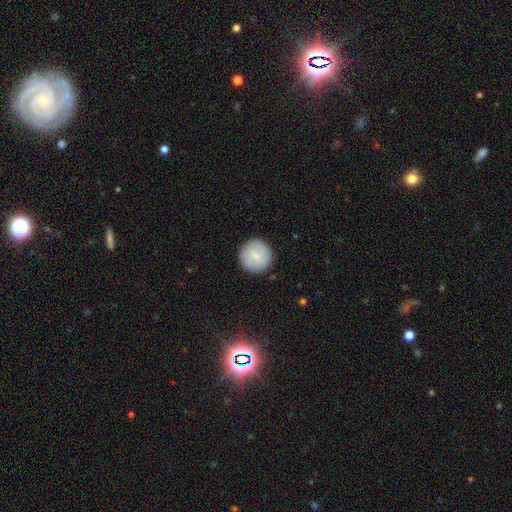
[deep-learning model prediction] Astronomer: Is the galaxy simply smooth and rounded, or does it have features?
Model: smooth — 81%.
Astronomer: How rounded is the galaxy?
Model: round — 96%.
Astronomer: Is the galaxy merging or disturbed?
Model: none — 90%.